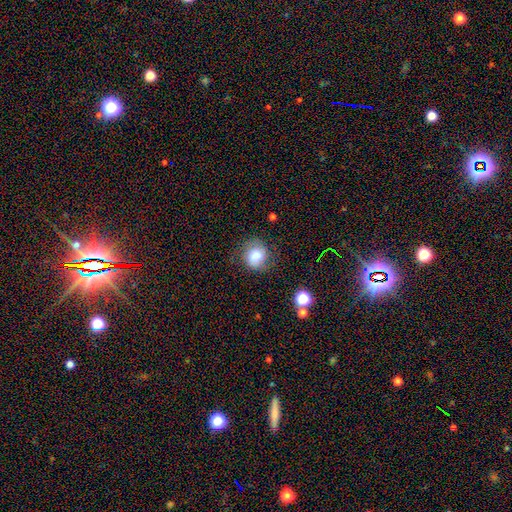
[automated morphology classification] Smooth or featured: smooth — 71% (featured or disk — 19%)
How rounded: round — 80% (in between — 19%)
Merging: none — 71% (minor disturbance — 19%)